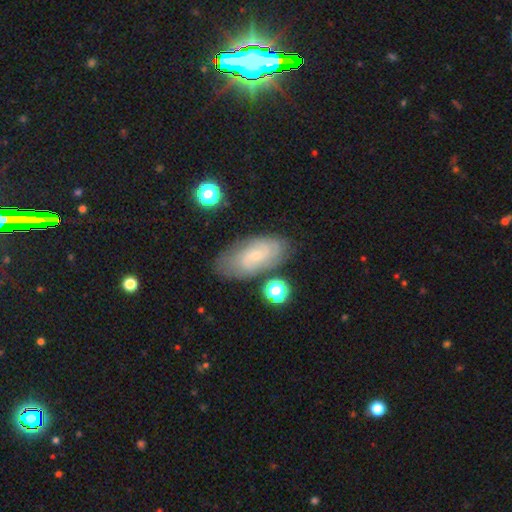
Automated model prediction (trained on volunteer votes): This appears to be a featured or disk galaxy (56%) with no bar (61%), spiral arms (84%) and a small central bulge (72%). Merging: none (71%).